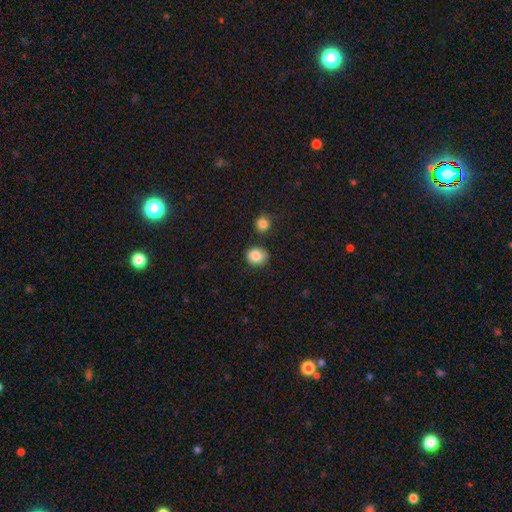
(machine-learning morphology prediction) Q: Smooth or featured?
A: smooth (86%); runner-up: star or artifact (9%)
Q: How rounded?
A: round (74%); runner-up: in between (25%)
Q: Merging?
A: none (75%); runner-up: minor disturbance (16%)